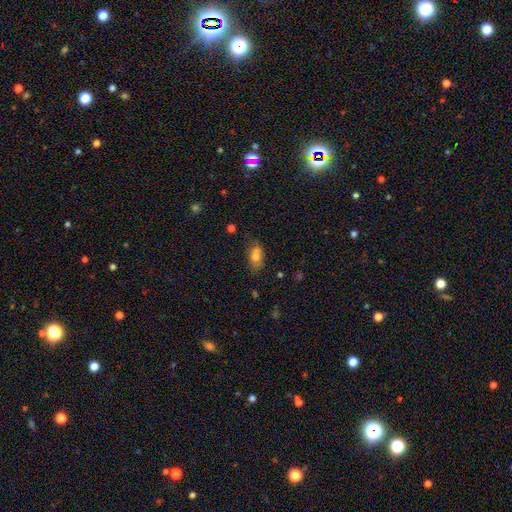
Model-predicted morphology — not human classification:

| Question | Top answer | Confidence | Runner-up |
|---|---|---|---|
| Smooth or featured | smooth | 72% | featured or disk (16%) |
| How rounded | in between | 86% | round (9%) |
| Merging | none | 55% | minor disturbance (27%) |